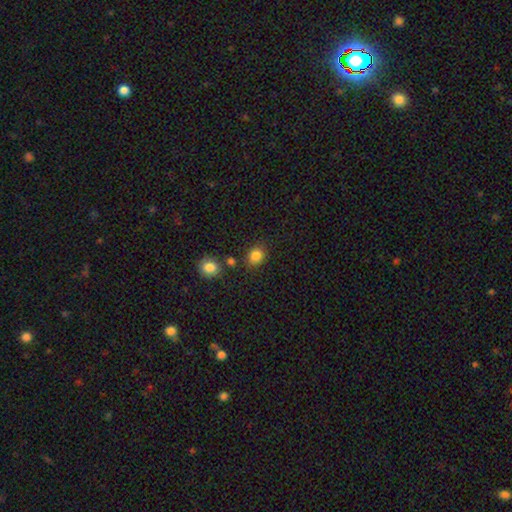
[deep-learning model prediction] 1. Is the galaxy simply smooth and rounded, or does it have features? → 84% smooth, 11% star or artifact, 5% featured or disk.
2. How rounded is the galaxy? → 65% round, 34% in between, 1% cigar-shaped.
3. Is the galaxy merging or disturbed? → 78% none, 12% minor disturbance, 7% merger, 4% major disturbance.